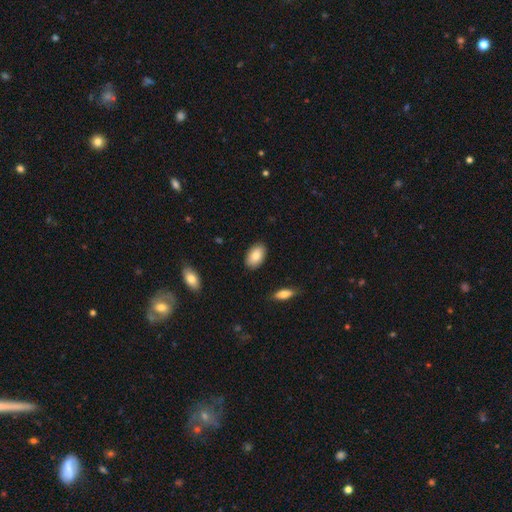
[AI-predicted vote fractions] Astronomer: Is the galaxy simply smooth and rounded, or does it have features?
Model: smooth — 85%.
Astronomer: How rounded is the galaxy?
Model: in between — 93%.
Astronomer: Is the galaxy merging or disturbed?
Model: none — 86%.